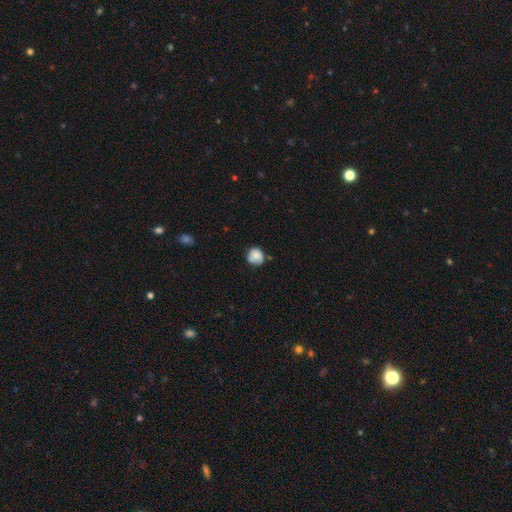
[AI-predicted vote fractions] This appears to be a smooth galaxy with no disk features (79%) that is round (86%). Merging: none (67%).